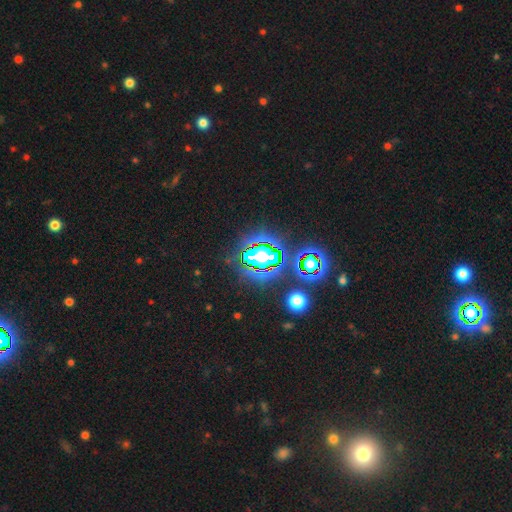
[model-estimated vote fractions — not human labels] Morphology: type=star or artifact (81%).